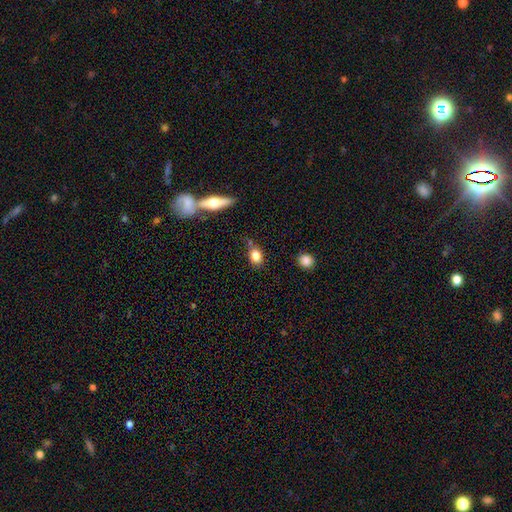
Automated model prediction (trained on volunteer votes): Overall: smooth (82%). How rounded: in between (61%; round 35%). Merging: none (65%).